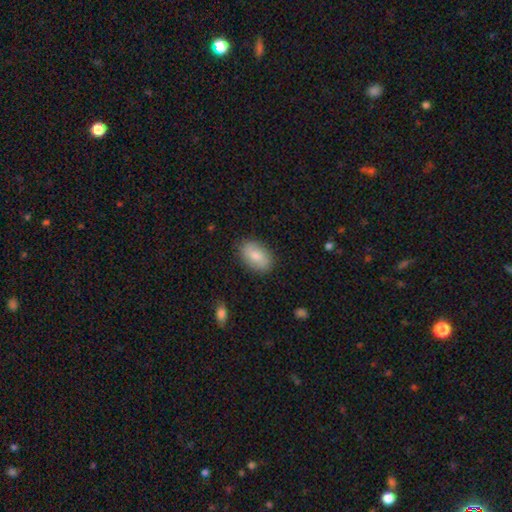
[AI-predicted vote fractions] smooth 77%, featured or disk 17%, star or artifact 6%. Down the decision tree: how rounded — in between (91%); merging — none (85%).